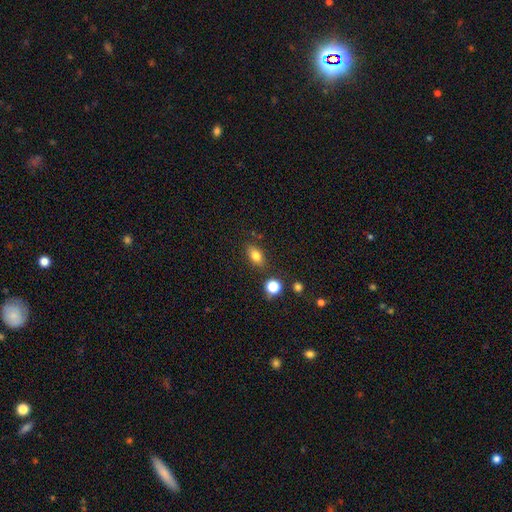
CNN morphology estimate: A smooth galaxy with no disk features (79%) that is in between round and cigar-shaped (81%).

Vote fractions:
- Smooth or featured? smooth: 79% / star or artifact: 11% / featured or disk: 10%
- How rounded? in between: 81% / round: 15% / cigar-shaped: 4%
- Merging? none: 81% / minor disturbance: 12% / merger: 4% / major disturbance: 3%